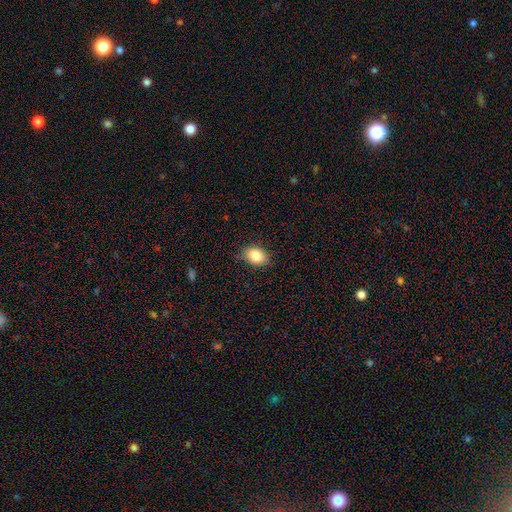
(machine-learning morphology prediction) Smooth or featured? smooth (85%)
How rounded? in between (80%)
Merging? none (83%)